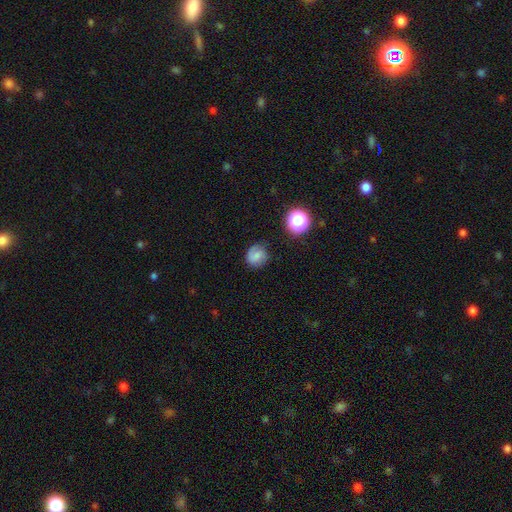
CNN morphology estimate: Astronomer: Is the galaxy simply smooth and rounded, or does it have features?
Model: smooth — 62%.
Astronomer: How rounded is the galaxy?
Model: round — 84%.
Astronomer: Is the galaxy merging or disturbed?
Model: none — 75%.